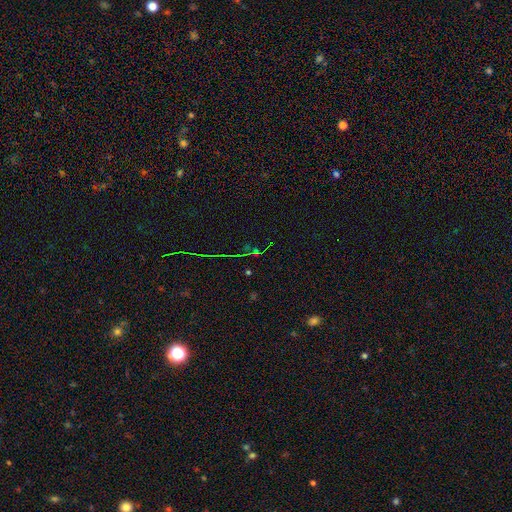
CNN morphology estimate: Smooth or featured? Predicted: star or artifact (p=0.74).